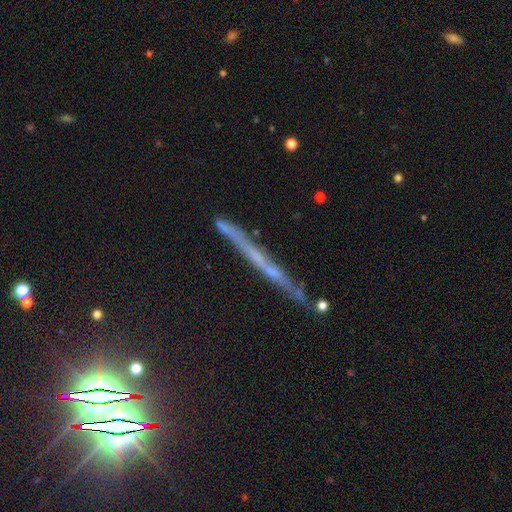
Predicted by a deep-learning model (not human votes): Q: Smooth or featured?
A: featured or disk (55%); runner-up: smooth (23%)
Q: Edge-on disk?
A: yes (94%); runner-up: no (6%)
Q: Edge-on bulge?
A: none (79%); runner-up: rounded (15%)
Q: Merging?
A: none (79%); runner-up: minor disturbance (15%)